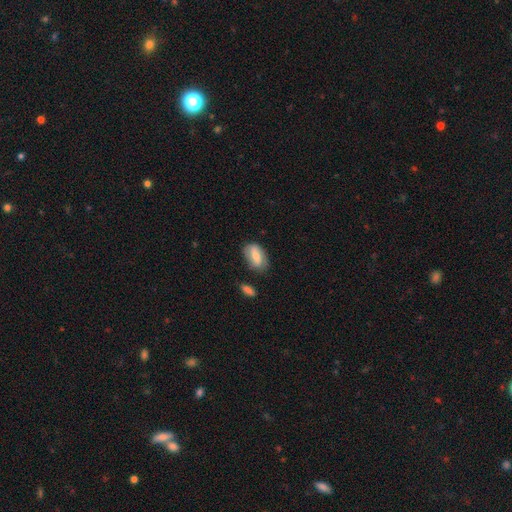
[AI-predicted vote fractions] smooth 66%, featured or disk 27%, star or artifact 7%. Down the decision tree: how rounded — in between (90%); merging — none (69%).